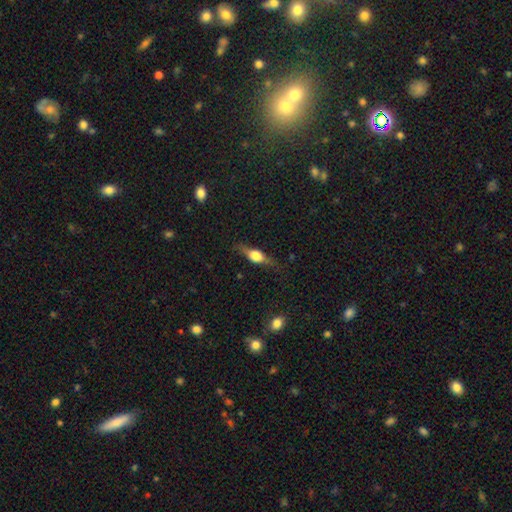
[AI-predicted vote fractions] Smooth or featured: featured or disk — 58% (smooth — 34%)
Edge-on disk: yes — 94% (no — 6%)
Edge-on bulge: rounded — 92% (boxy — 7%)
Merging: none — 80% (minor disturbance — 14%)